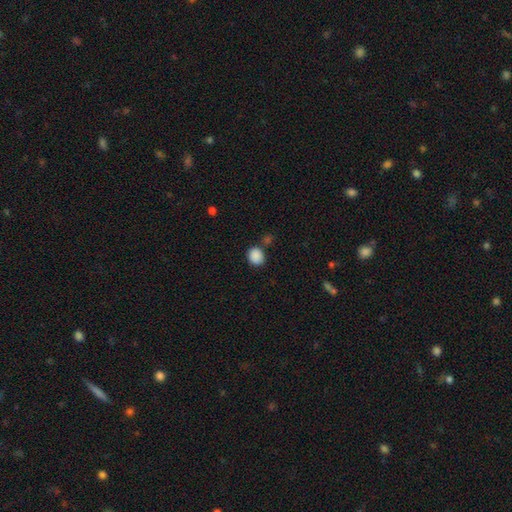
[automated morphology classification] Smooth or featured? Predicted: smooth (p=0.88). How rounded? Predicted: round (p=0.70). Merging? Predicted: none (p=0.73).